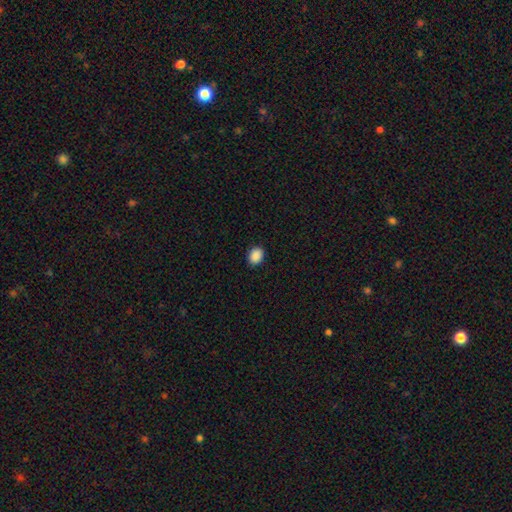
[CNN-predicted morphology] Overall: smooth (90%). How rounded: in between (59%; round 40%). Merging: none (90%).